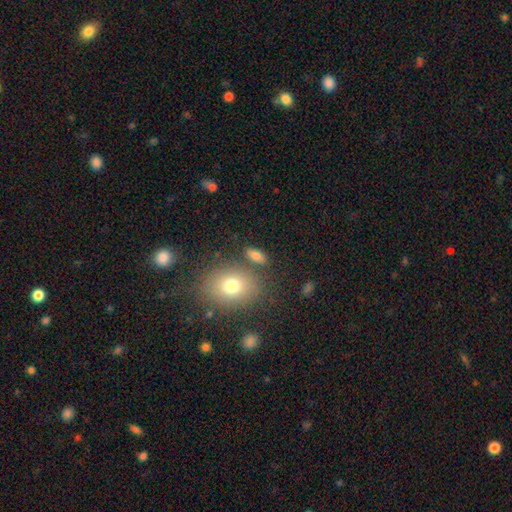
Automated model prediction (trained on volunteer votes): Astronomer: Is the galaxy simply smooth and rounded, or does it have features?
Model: smooth — 78%.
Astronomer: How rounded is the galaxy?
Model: in between — 80%.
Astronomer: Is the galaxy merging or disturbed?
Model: none — 76%.